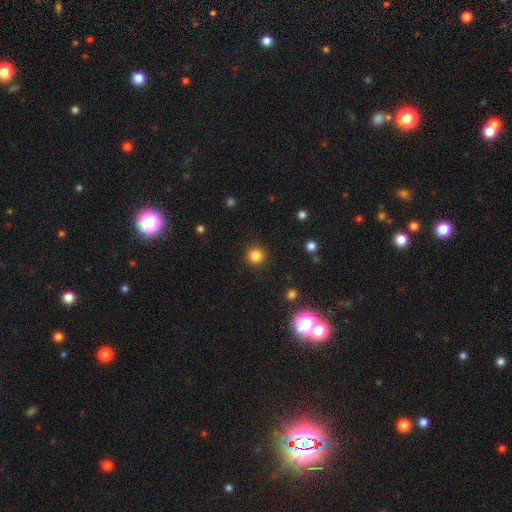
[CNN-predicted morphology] Overall: smooth (83%). How rounded: round (95%). Merging: none (91%).